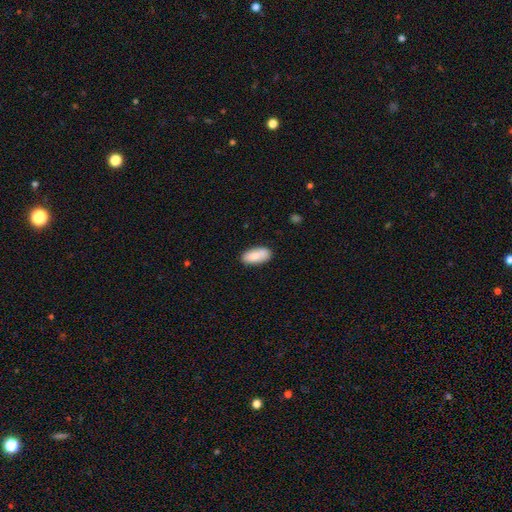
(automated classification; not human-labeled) A smooth galaxy with no disk features (84%) that is in between round and cigar-shaped (91%).

Vote fractions:
- Smooth or featured? smooth: 84% / featured or disk: 10% / star or artifact: 6%
- How rounded? in between: 91% / cigar-shaped: 7% / round: 2%
- Merging? none: 84% / minor disturbance: 12% / major disturbance: 2% / merger: 2%